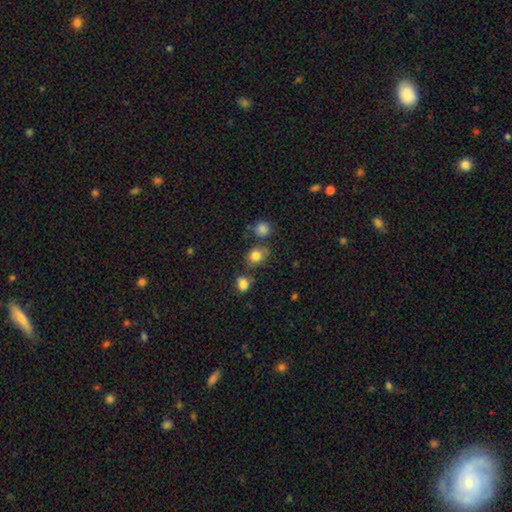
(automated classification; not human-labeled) Smooth or featured?
  - smooth: 81% *
  - star or artifact: 12%
  - featured or disk: 7%
How rounded?
  - round: 60% *
  - in between: 39%
  - cigar-shaped: 1%
Merging?
  - none: 69% *
  - minor disturbance: 14%
  - merger: 13%
  - major disturbance: 4%